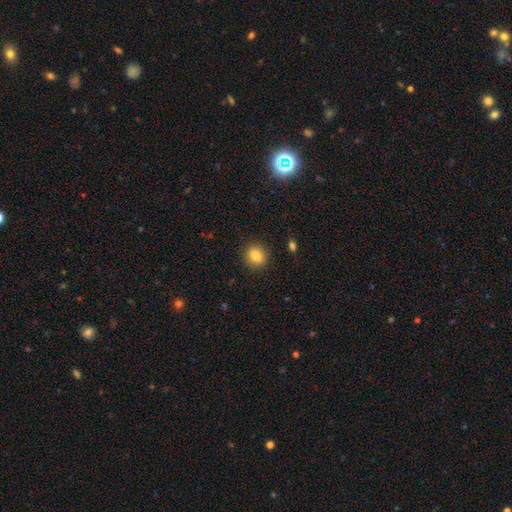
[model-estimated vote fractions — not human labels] Smooth or featured? Predicted: smooth (p=0.84). How rounded? Predicted: round (p=0.80). Merging? Predicted: none (p=0.90).